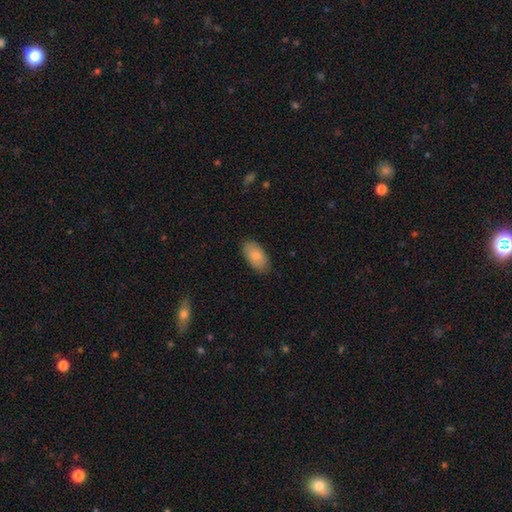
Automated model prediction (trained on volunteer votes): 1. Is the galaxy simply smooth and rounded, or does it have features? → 84% smooth, 9% featured or disk, 6% star or artifact.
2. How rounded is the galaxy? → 94% in between, 3% round, 2% cigar-shaped.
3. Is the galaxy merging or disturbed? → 85% none, 11% minor disturbance, 2% major disturbance, 1% merger.